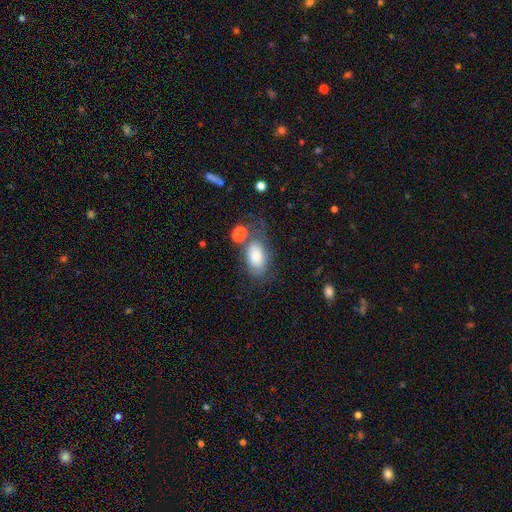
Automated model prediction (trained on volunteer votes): Smooth or featured: smooth — 74% (featured or disk — 17%)
How rounded: in between — 90% (round — 8%)
Merging: none — 52% (minor disturbance — 22%)